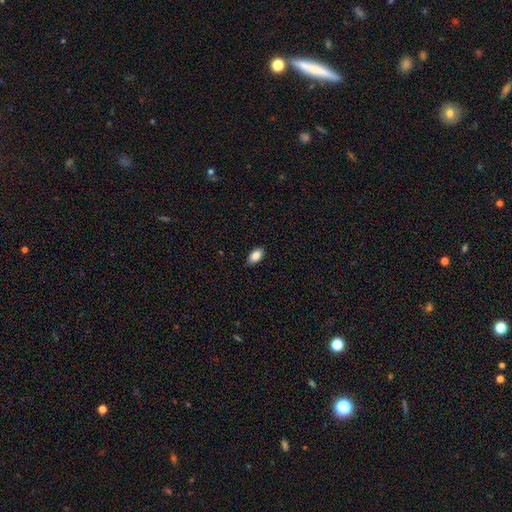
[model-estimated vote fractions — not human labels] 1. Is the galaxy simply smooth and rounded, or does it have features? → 86% smooth, 8% star or artifact, 7% featured or disk.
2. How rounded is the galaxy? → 91% in between, 5% round, 4% cigar-shaped.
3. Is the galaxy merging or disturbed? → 87% none, 10% minor disturbance, 2% major disturbance, 1% merger.